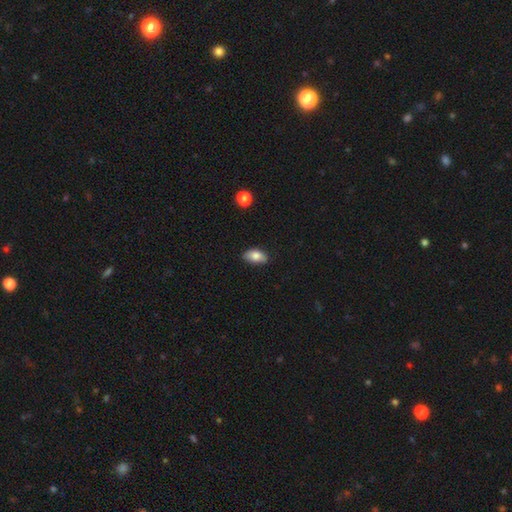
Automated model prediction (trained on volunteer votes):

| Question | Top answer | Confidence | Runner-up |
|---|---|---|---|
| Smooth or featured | smooth | 82% | featured or disk (11%) |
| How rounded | in between | 91% | round (6%) |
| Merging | none | 76% | minor disturbance (20%) |